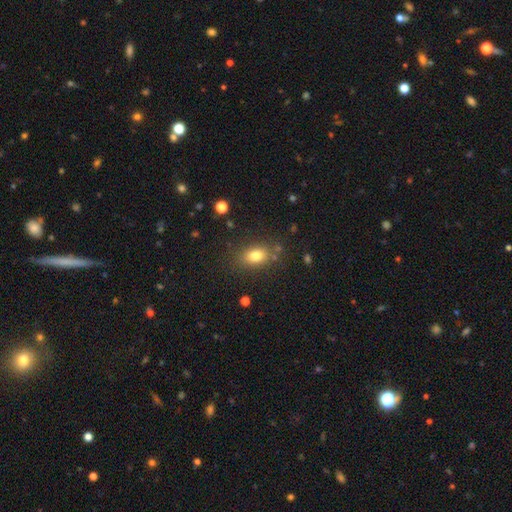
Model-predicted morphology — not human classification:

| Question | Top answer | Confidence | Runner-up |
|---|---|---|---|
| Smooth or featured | smooth | 79% | star or artifact (11%) |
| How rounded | in between | 78% | round (19%) |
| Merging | none | 79% | minor disturbance (13%) |